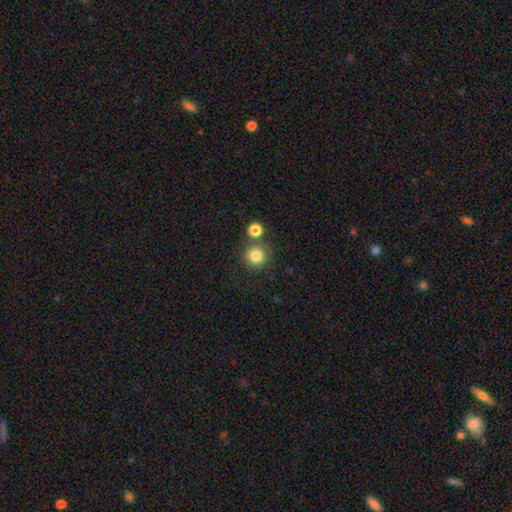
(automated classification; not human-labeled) This is clearly a smooth galaxy (83%). How rounded: clearly round (94%). Merging: likely none (78%).